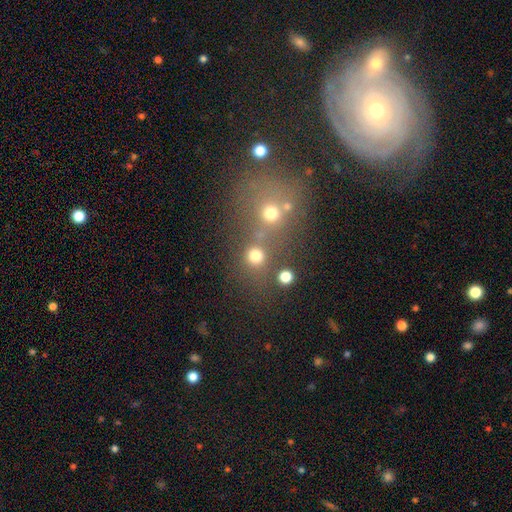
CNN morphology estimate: Q: Smooth or featured?
A: smooth (75%); runner-up: star or artifact (18%)
Q: How rounded?
A: round (87%); runner-up: in between (12%)
Q: Merging?
A: none (62%); runner-up: merger (27%)